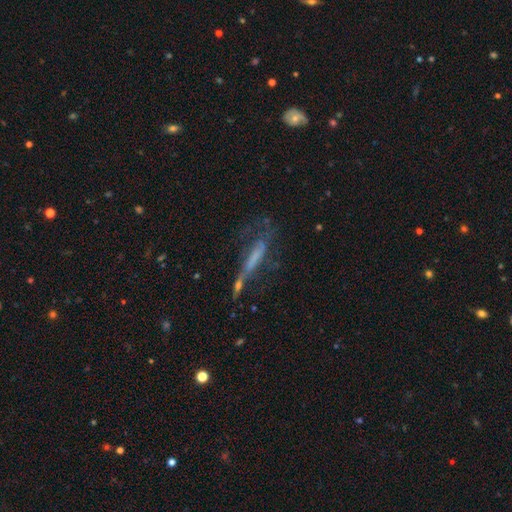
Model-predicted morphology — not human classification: Smooth or featured? Predicted: featured or disk (p=0.51). Edge-on disk? Predicted: no (p=0.62). Merging? Predicted: major disturbance (p=0.39).